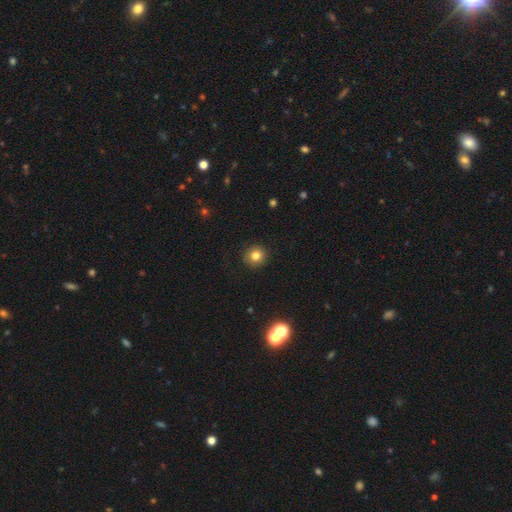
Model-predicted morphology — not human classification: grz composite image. It shows a smooth galaxy with no disk features (81%) that is round (92%). Merging: none (91%).